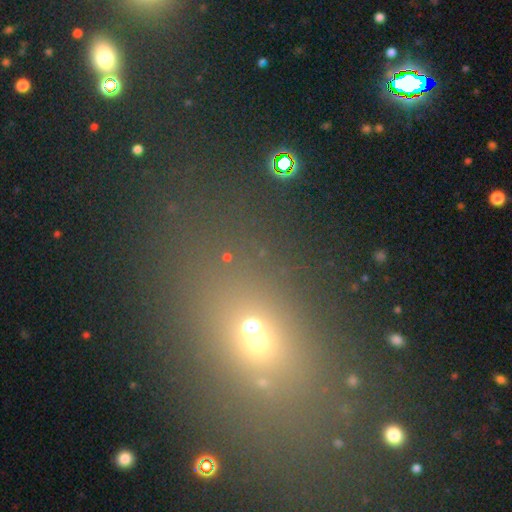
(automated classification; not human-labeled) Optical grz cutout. It shows a star or artifact, not a galaxy (44%).